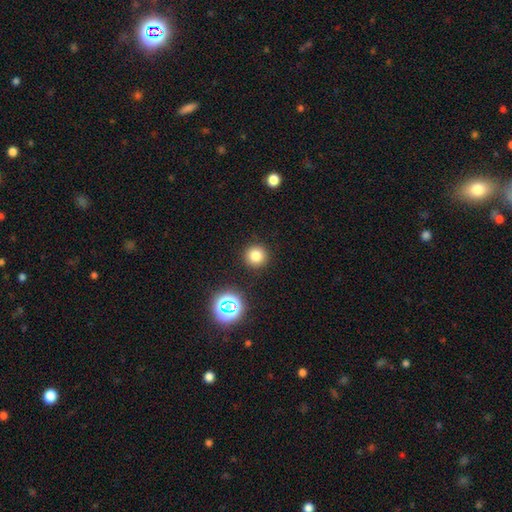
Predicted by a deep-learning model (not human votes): smooth 77%, star or artifact 16%, featured or disk 6%. Down the decision tree: how rounded — round (95%); merging — none (91%).